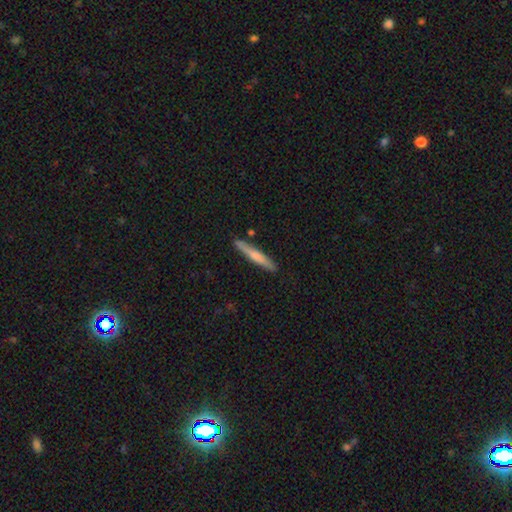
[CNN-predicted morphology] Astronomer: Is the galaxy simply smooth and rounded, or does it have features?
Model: smooth — 56% (runner-up: featured or disk, 39%).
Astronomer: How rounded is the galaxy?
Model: cigar-shaped — 95%.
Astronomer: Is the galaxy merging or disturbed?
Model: none — 88%.